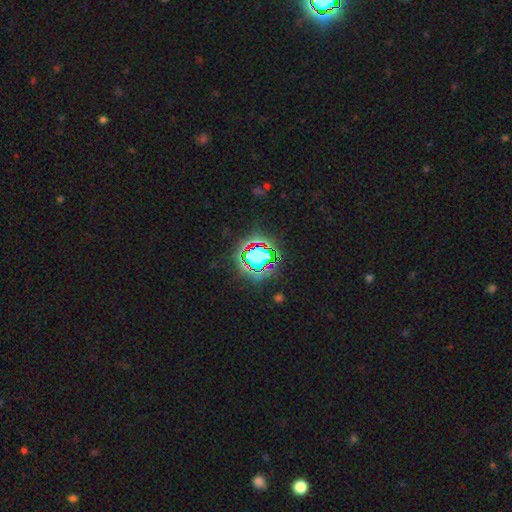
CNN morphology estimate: Overall: star or artifact (66%).